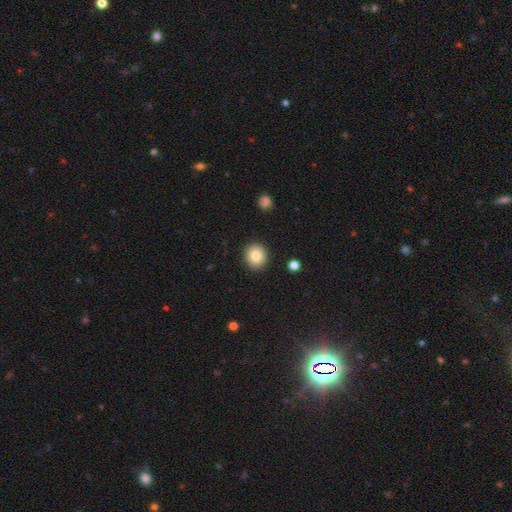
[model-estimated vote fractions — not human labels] Smooth or featured? smooth (84%)
How rounded? round (83%)
Merging? none (90%)